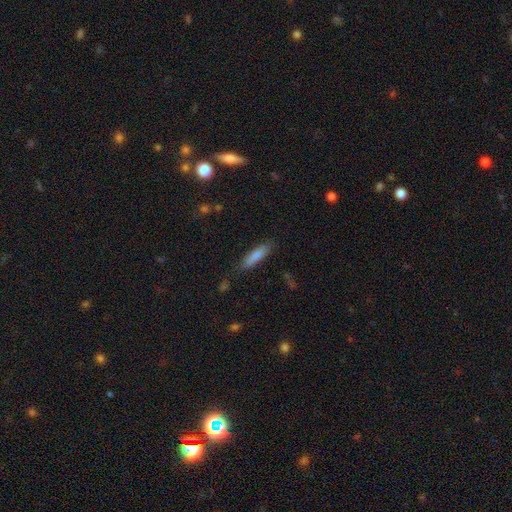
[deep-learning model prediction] Morphology: type=smooth (79%); roundness=cigar-shaped (67%); merging=none (81%).